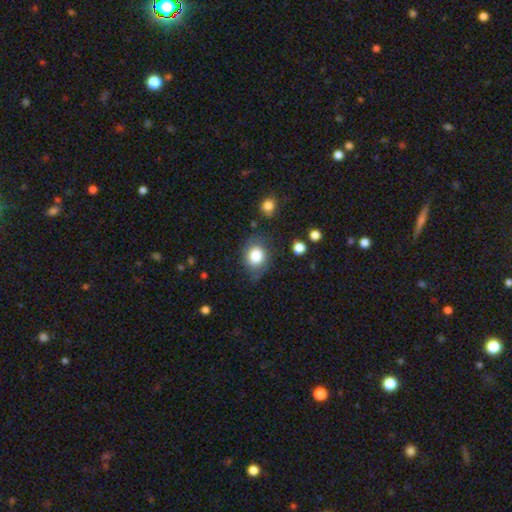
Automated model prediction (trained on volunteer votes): Morphology: type=smooth (81%); roundness=round (52%); merging=none (69%).